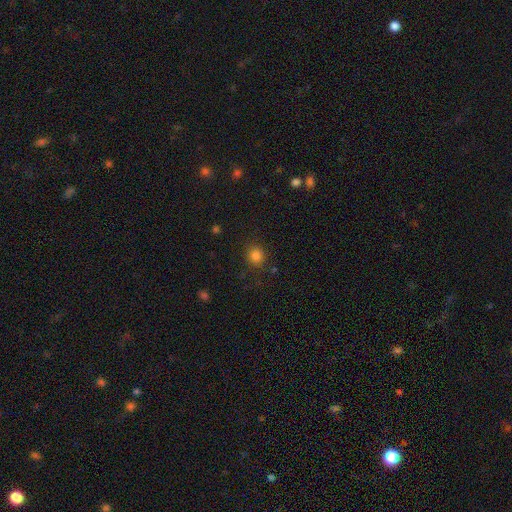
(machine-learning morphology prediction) Q: Smooth or featured?
A: smooth (82%); runner-up: star or artifact (13%)
Q: How rounded?
A: round (86%); runner-up: in between (13%)
Q: Merging?
A: none (86%); runner-up: minor disturbance (9%)